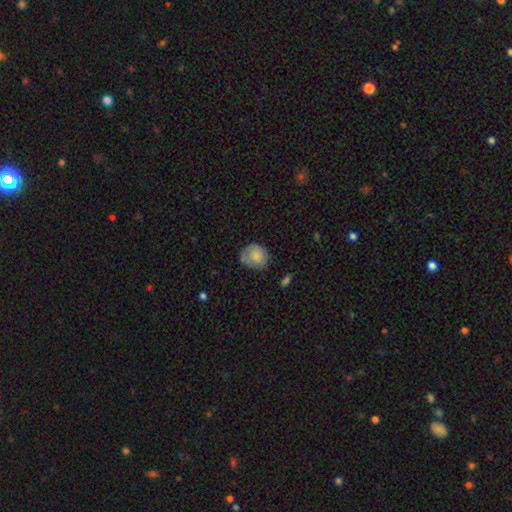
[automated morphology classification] Smooth or featured? Predicted: smooth (p=0.80). How rounded? Predicted: round (p=0.77). Merging? Predicted: none (p=0.63).